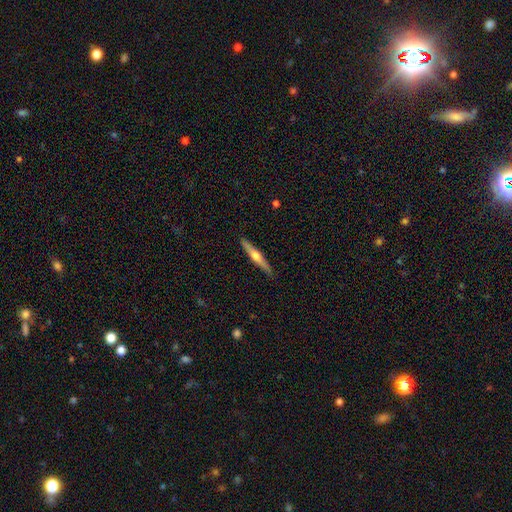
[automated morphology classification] Smooth or featured? featured or disk (61%)
Edge-on disk? yes (97%)
Edge-on bulge? rounded (90%)
Merging? none (89%)